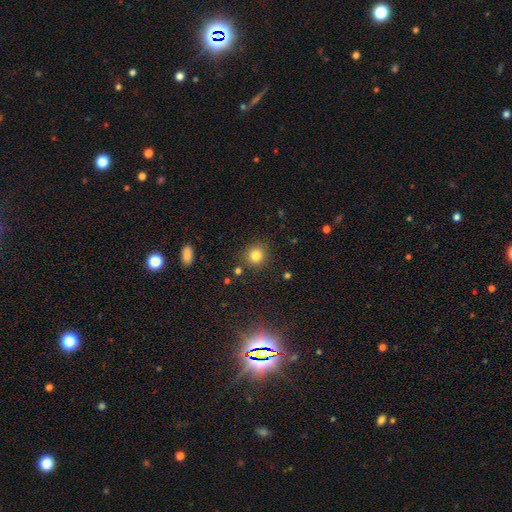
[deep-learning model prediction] smooth-or-featured: smooth: 80% | star or artifact: 13% | featured or disk: 7%
  how-rounded: round: 88% | in between: 11% | cigar-shaped: 1%
  merging: none: 85% | minor disturbance: 8% | merger: 3% | major disturbance: 3%